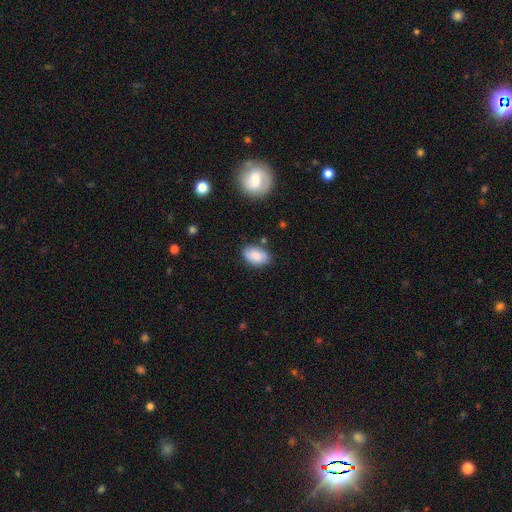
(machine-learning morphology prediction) smooth_or_featured: smooth (p=0.86) [alt: featured or disk p=0.07]
how_rounded: in between (p=0.91) [alt: round p=0.08]
merging: none (p=0.78) [alt: minor disturbance p=0.15]